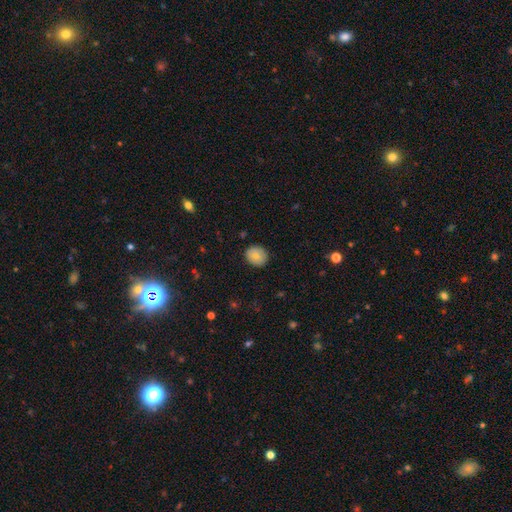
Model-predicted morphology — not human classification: Overall: smooth (75%). How rounded: round (77%). Merging: none (85%).